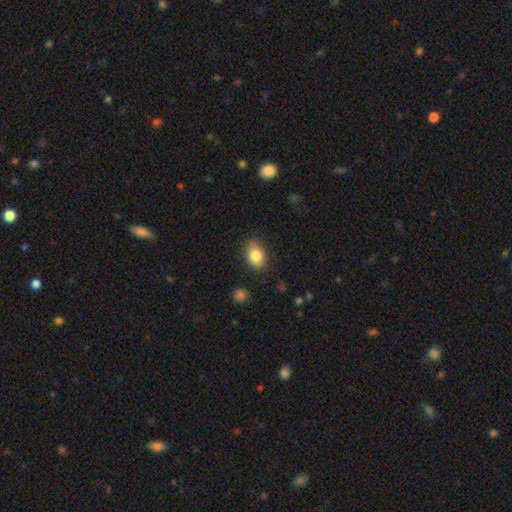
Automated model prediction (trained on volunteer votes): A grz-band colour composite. It shows a smooth galaxy with no disk features (83%) that is in between round and cigar-shaped (83%). Merging: none (82%).